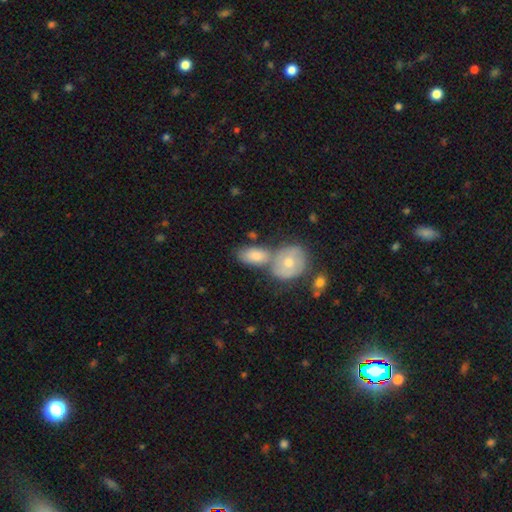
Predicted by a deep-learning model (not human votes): Smooth or featured? Predicted: smooth (p=0.75). How rounded? Predicted: in between (p=0.87). Merging? Predicted: merger (p=0.42).